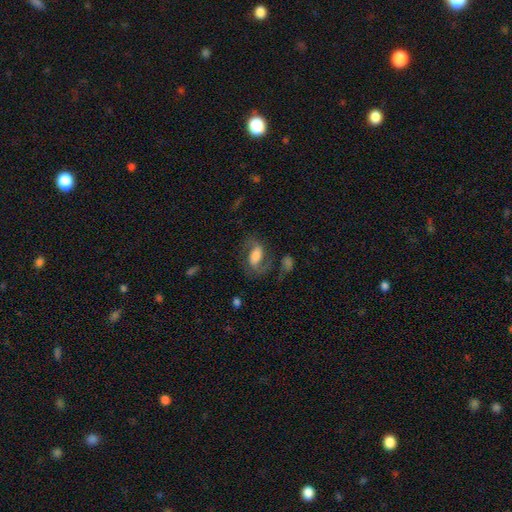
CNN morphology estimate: Smooth or featured?
  - featured or disk: 60% *
  - smooth: 32%
  - star or artifact: 8%
Edge-on disk?
  - no: 94% *
  - yes: 6%
Bar?
  - weak: 37% *
  - strong: 34%
  - no: 29%
Spiral arms?
  - yes: 86% *
  - no: 14%
Bulge size?
  - moderate: 37% *
  - large: 36%
  - small: 16%
  - none: 6%
  - dominant: 5%
Merging?
  - none: 58% *
  - major disturbance: 20%
  - minor disturbance: 18%
  - merger: 4%